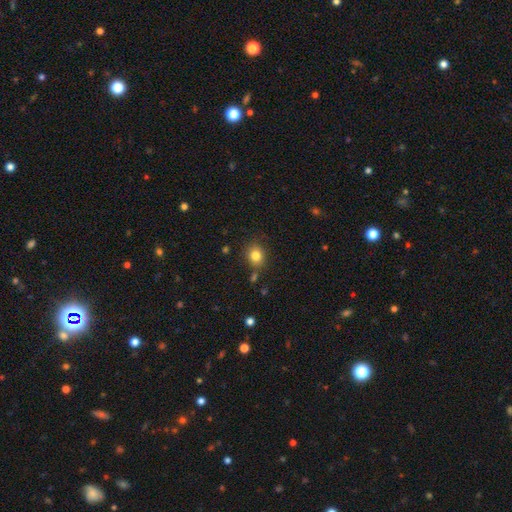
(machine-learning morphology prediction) Q: Smooth or featured?
A: smooth (82%); runner-up: star or artifact (12%)
Q: How rounded?
A: round (70%); runner-up: in between (30%)
Q: Merging?
A: none (78%); runner-up: minor disturbance (13%)